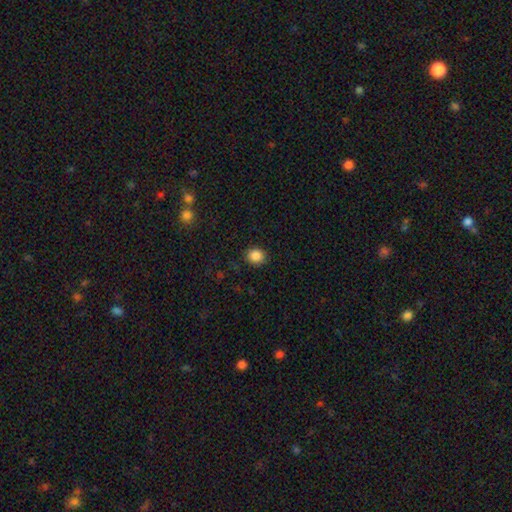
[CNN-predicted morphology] This is clearly a smooth galaxy (87%). How rounded: likely round (76%). Merging: clearly none (89%).